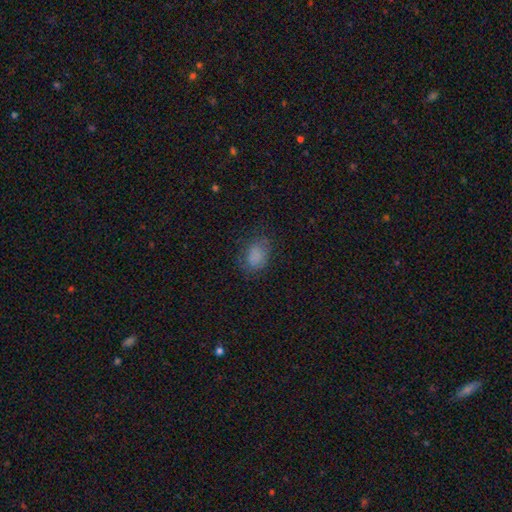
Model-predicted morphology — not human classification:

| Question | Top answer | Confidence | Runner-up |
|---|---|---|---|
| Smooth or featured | smooth | 79% | star or artifact (12%) |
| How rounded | in between | 67% | round (32%) |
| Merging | none | 67% | minor disturbance (21%) |